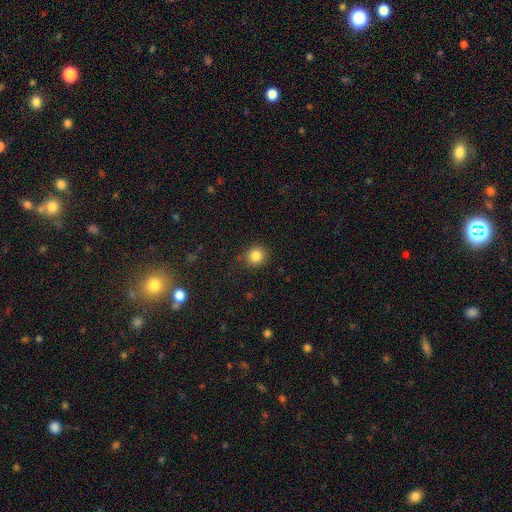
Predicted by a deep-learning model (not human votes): smooth-or-featured: smooth: 84% | star or artifact: 11% | featured or disk: 5%
  how-rounded: round: 88% | in between: 12% | cigar-shaped: 1%
  merging: none: 87% | minor disturbance: 9% | major disturbance: 3% | merger: 1%